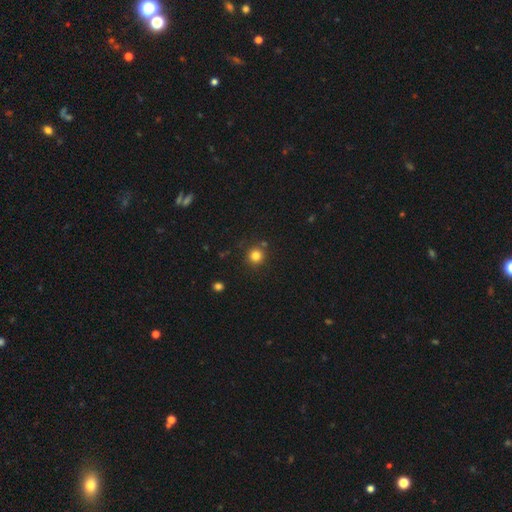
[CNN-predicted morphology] Smooth or featured: smooth — 81% (star or artifact — 13%)
How rounded: round — 94% (in between — 6%)
Merging: none — 85% (minor disturbance — 8%)